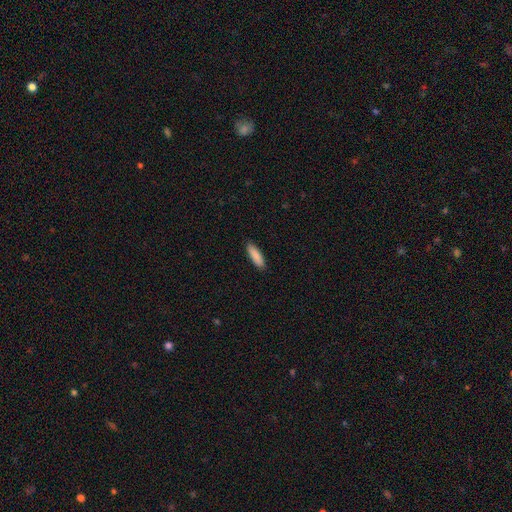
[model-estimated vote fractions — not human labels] smooth 88%, featured or disk 6%, star or artifact 6%. Down the decision tree: how rounded — cigar-shaped (58%); merging — none (90%).